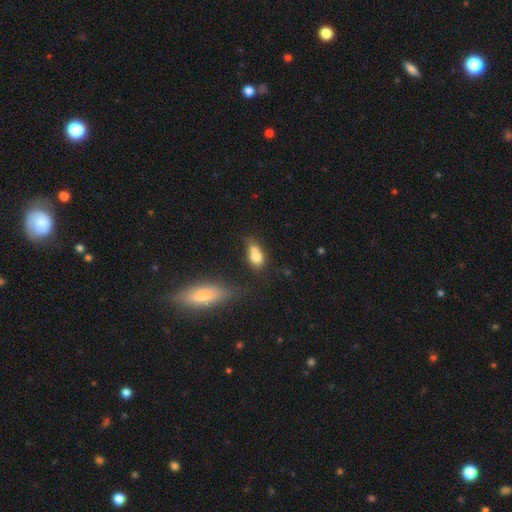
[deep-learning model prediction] Smooth or featured?
  - smooth: 73% *
  - featured or disk: 17%
  - star or artifact: 10%
How rounded?
  - in between: 63% *
  - round: 32%
  - cigar-shaped: 5%
Merging?
  - merger: 56% *
  - none: 25%
  - minor disturbance: 12%
  - major disturbance: 8%